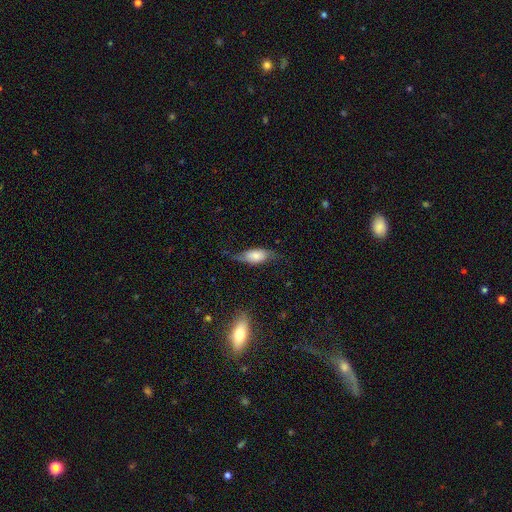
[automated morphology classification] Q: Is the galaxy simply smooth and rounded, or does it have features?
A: smooth — 53%.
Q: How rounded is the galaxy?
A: in between — 82%.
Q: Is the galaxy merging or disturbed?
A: none — 53%.